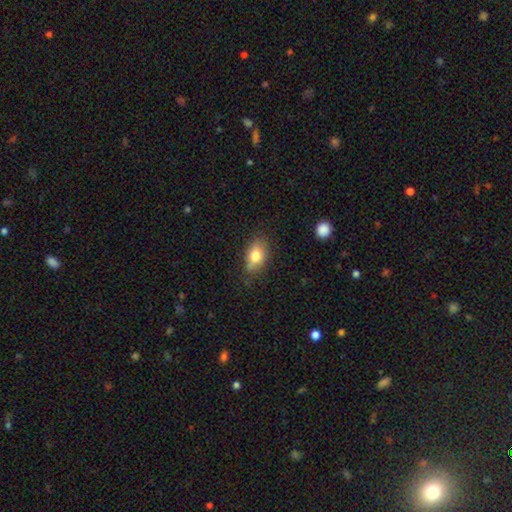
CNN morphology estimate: smooth-or-featured: smooth: 77% | featured or disk: 14% | star or artifact: 9%
  how-rounded: in between: 83% | round: 14% | cigar-shaped: 3%
  merging: none: 69% | minor disturbance: 23% | major disturbance: 5% | merger: 2%